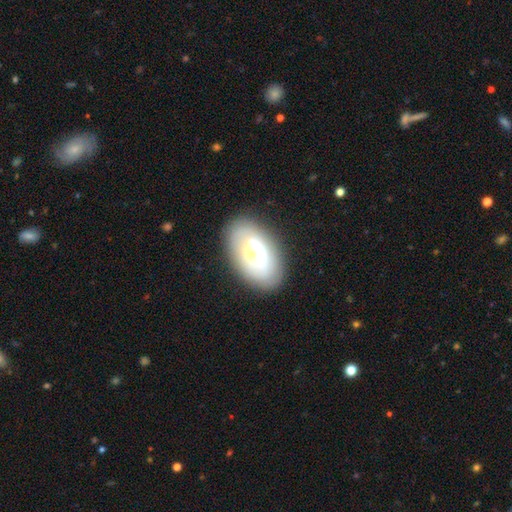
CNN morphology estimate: Smooth or featured? smooth (67%)
How rounded? in between (94%)
Merging? none (84%)